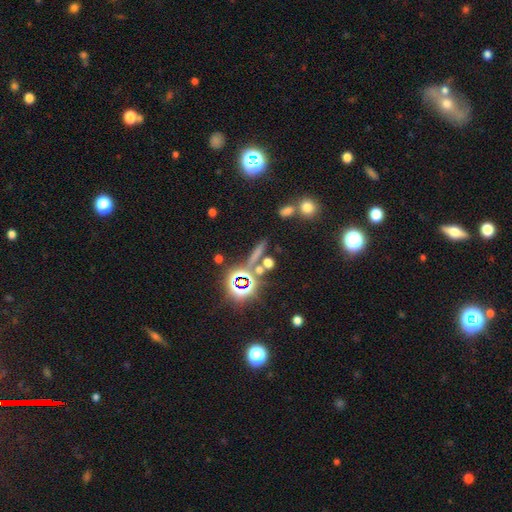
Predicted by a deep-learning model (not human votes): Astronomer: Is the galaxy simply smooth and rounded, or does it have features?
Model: star or artifact — 42% (runner-up: smooth, 38%).